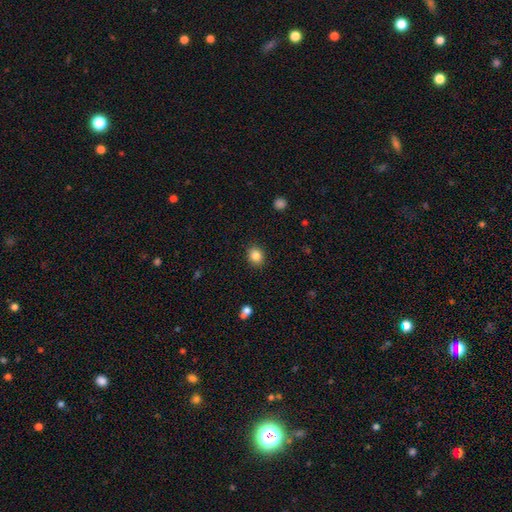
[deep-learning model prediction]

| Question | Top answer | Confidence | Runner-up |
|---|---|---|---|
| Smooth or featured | smooth | 85% | star or artifact (10%) |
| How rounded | round | 67% | in between (32%) |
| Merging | none | 89% | minor disturbance (7%) |